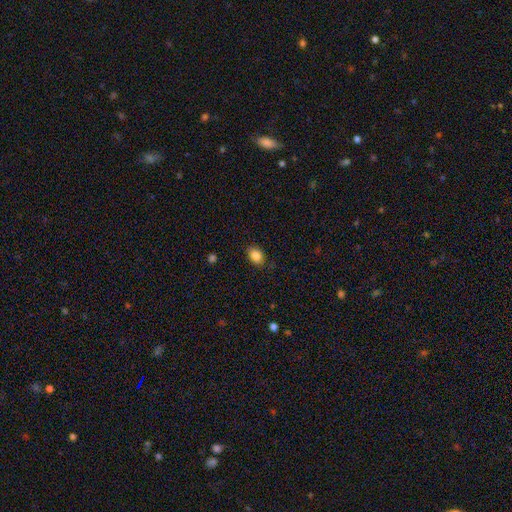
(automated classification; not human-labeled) Smooth or featured? smooth (86%)
How rounded? in between (74%)
Merging? none (83%)